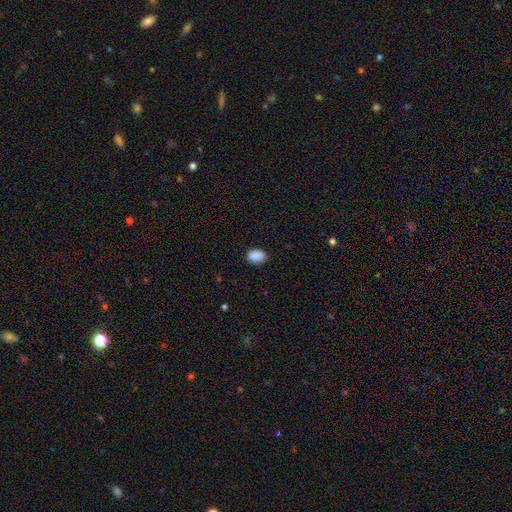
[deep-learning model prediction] Smooth or featured: smooth — 88% (star or artifact — 8%)
How rounded: in between — 78% (round — 21%)
Merging: none — 84% (minor disturbance — 12%)